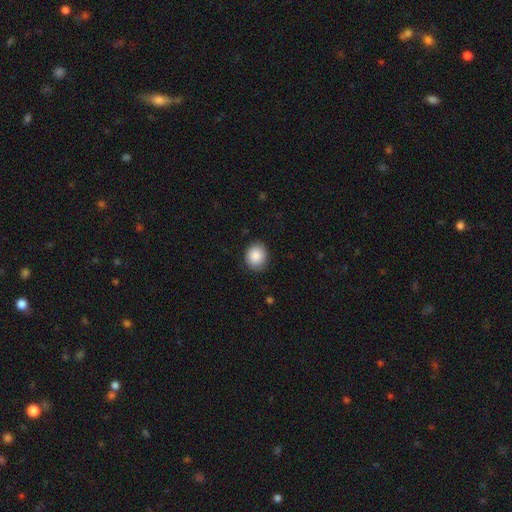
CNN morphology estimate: This is clearly a smooth galaxy (88%). How rounded: likely round (70%). Merging: clearly none (85%).